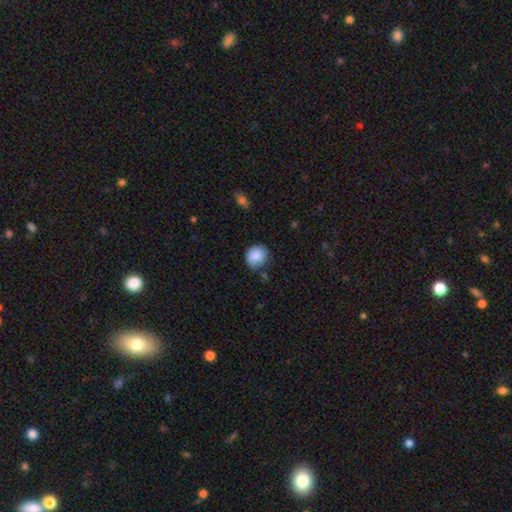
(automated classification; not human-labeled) The model was most divided on "merging": none: 70%, minor disturbance: 23%, major disturbance: 4%, merger: 3%. More confident: smooth or featured — smooth (86%); how rounded — round (79%).